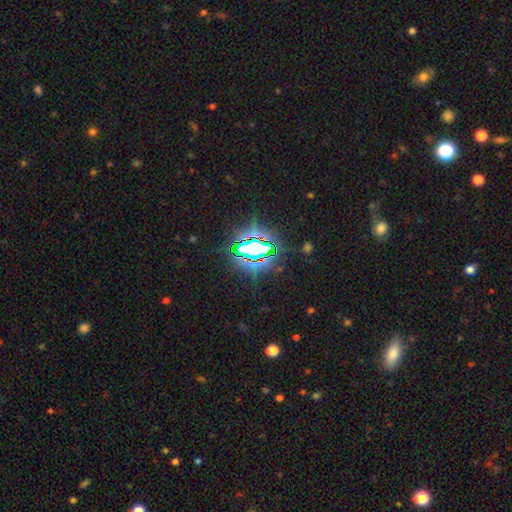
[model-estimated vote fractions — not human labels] Overall: star or artifact (74%).